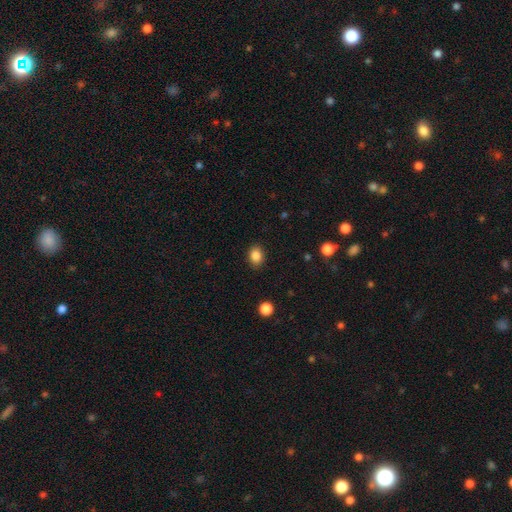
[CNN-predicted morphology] Smooth or featured: smooth — 86% (star or artifact — 10%)
How rounded: in between — 58% (round — 41%)
Merging: none — 88% (minor disturbance — 9%)